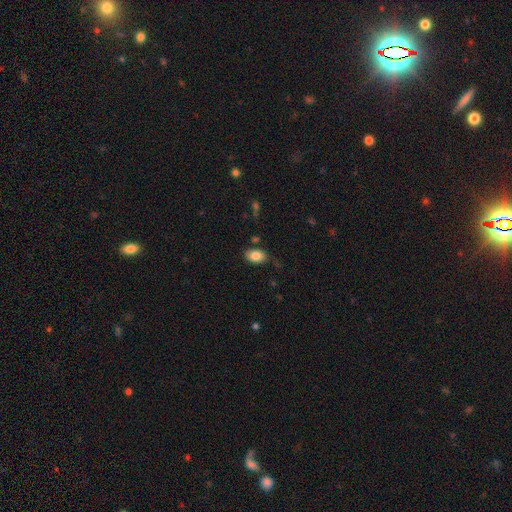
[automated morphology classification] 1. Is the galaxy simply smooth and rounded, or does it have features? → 85% smooth, 8% star or artifact, 7% featured or disk.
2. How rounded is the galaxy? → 88% in between, 10% round, 1% cigar-shaped.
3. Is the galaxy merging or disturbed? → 78% none, 16% minor disturbance, 4% major disturbance, 3% merger.